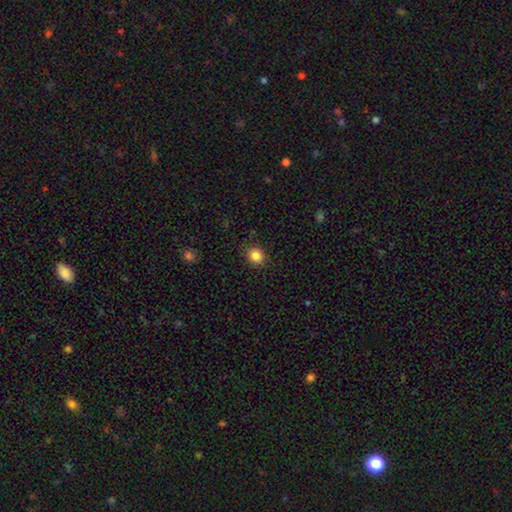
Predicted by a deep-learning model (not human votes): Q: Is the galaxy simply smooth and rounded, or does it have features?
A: smooth — 85%.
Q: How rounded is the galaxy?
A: round — 78%.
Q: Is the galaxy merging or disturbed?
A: none — 89%.